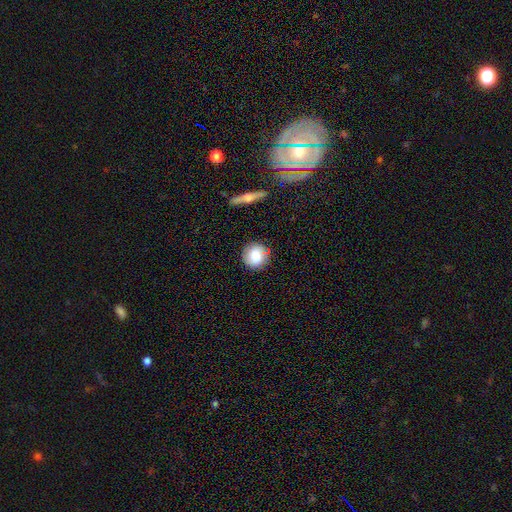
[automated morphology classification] Overall: smooth (78%). How rounded: round (90%). Merging: none (84%).